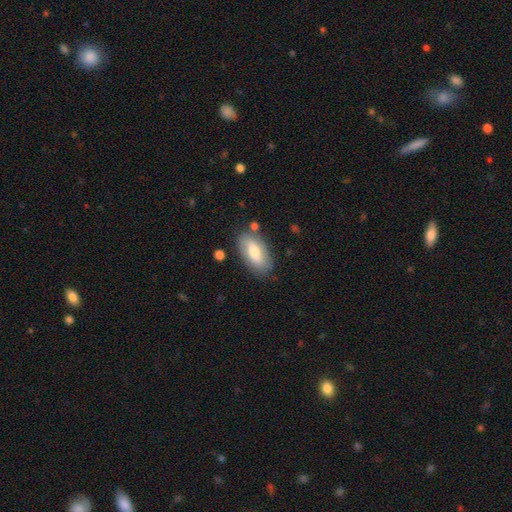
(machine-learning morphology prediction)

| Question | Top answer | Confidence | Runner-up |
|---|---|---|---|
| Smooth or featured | smooth | 66% | featured or disk (28%) |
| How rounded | in between | 90% | cigar-shaped (6%) |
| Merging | none | 77% | minor disturbance (15%) |